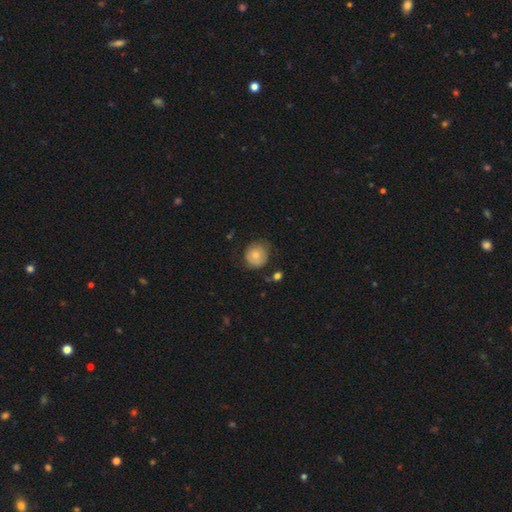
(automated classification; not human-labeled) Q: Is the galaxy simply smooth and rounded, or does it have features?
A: smooth — 70%.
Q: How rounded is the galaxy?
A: round — 84%.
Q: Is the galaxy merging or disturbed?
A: none — 63%.